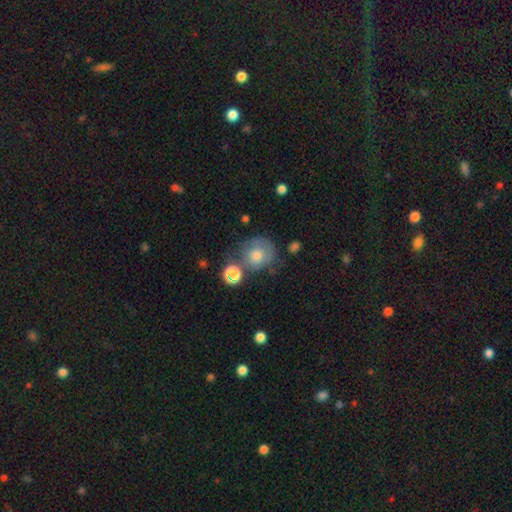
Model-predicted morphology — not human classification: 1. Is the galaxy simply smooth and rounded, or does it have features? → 55% smooth, 29% featured or disk, 16% star or artifact.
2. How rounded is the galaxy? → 82% round, 17% in between, 1% cigar-shaped.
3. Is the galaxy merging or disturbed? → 56% none, 22% minor disturbance, 12% major disturbance, 10% merger.